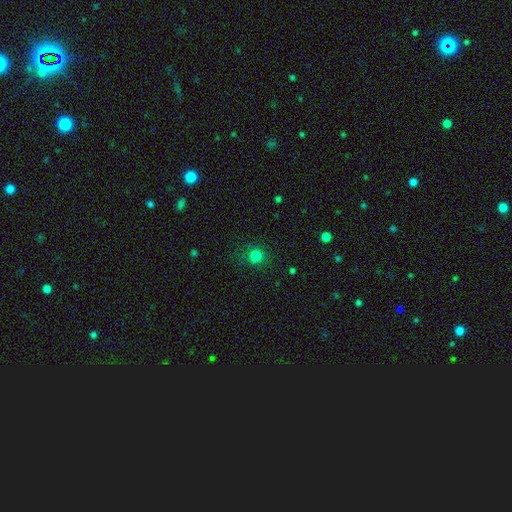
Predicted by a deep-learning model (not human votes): This is clearly a smooth galaxy (81%). How rounded: clearly round (91%). Merging: clearly none (85%).